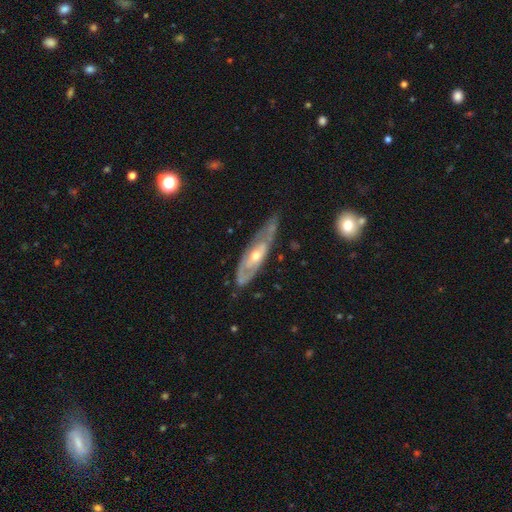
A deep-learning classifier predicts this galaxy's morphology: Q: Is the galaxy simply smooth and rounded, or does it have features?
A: featured or disk — 76%.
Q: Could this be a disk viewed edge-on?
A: no — 72%.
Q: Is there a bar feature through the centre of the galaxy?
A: no — 68%.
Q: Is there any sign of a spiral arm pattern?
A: yes — 65%.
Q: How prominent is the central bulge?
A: moderate — 54%.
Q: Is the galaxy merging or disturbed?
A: none — 55%.